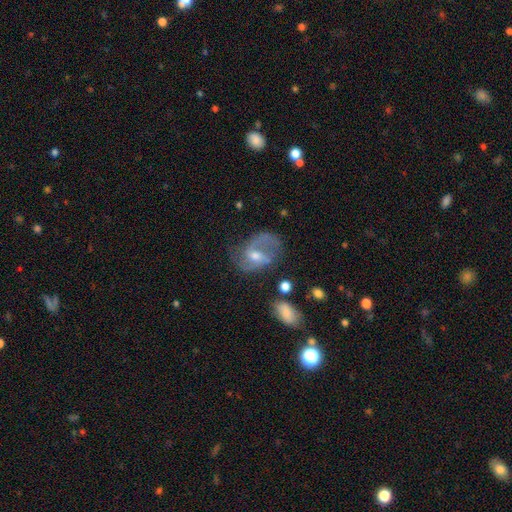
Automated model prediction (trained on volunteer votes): smooth-or-featured: featured or disk: 75% | smooth: 16% | star or artifact: 9%
  disk-edge-on: no: 97% | yes: 3%
    bar: weak: 48% | no: 38% | strong: 14%
    has-spiral-arms: yes: 88% | no: 12%
      spiral-winding: medium: 46% | loose: 38% | tight: 17%
      spiral-arm-count: 2: 67% | 1: 17% | can't tell: 11% | 3: 3% | 4: 1% | more than 4: 1%
    bulge-size: moderate: 54% | small: 38% | large: 3% | none: 3% | dominant: 1%
  merging: none: 53% | minor disturbance: 22% | major disturbance: 21% | merger: 4%